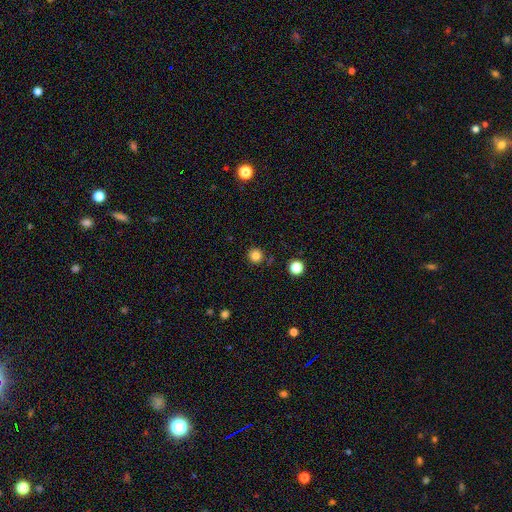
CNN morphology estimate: Overall: smooth (83%). How rounded: round (95%). Merging: none (86%).